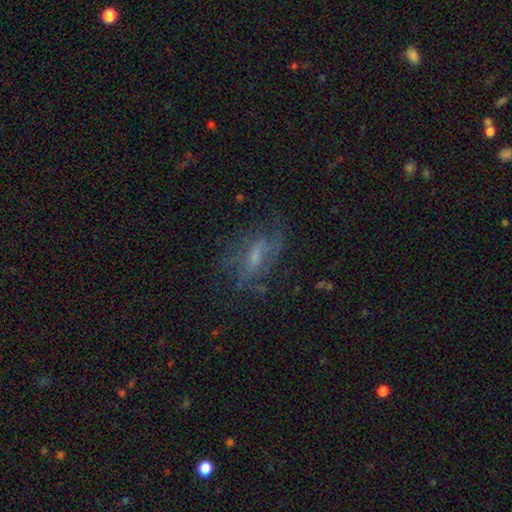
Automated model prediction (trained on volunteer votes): smooth_or_featured: featured or disk (p=0.57) [alt: smooth p=0.29]
disk_edge_on: no (p=0.89) [alt: yes p=0.11]
bar: no (p=0.44) [alt: weak p=0.42]
has_spiral_arms: yes (p=0.58) [alt: no p=0.42]
bulge_size: small (p=0.43) [alt: moderate p=0.32]
merging: none (p=0.56) [alt: major disturbance p=0.22]